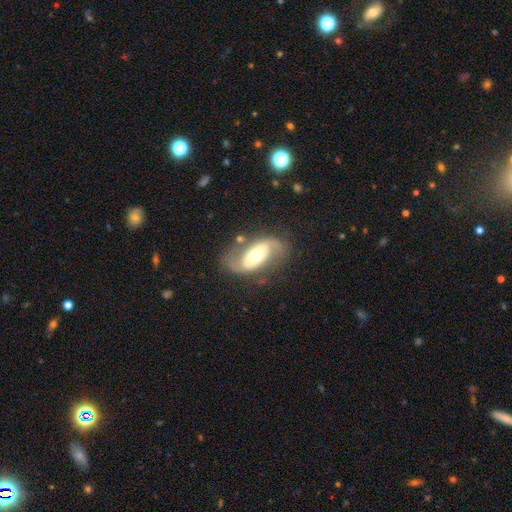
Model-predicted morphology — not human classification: This is likely a featured or disk galaxy (78%). It is clearly not viewed edge-on (95%). Bar: marginally no (39%). Spiral arm pattern: clearly yes (89%). Spiral arm count: clearly 2 (89%). Spiral winding: possibly loose (48%). Central bulge: possibly moderate (59%). Merging: likely none (68%).